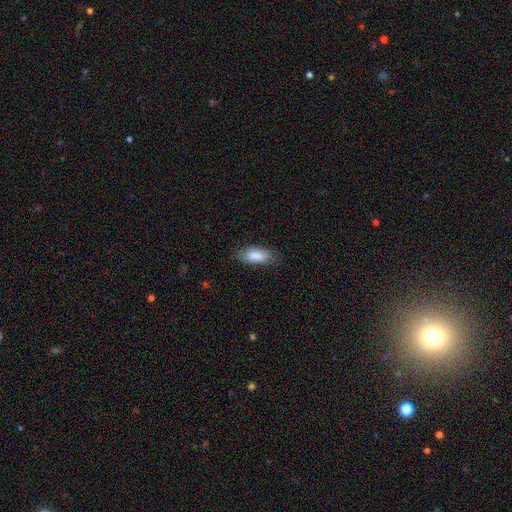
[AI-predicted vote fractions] A smooth galaxy with no disk features (85%) that is in between round and cigar-shaped (82%).

Vote fractions:
- Smooth or featured? smooth: 85% / featured or disk: 8% / star or artifact: 6%
- How rounded? in between: 82% / cigar-shaped: 16% / round: 2%
- Merging? none: 79% / minor disturbance: 16% / major disturbance: 4% / merger: 1%